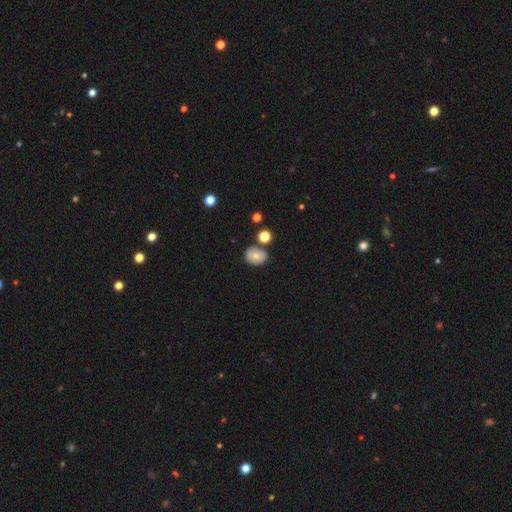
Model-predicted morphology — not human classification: This is likely a smooth galaxy (70%). How rounded: possibly round (57%). Merging: likely none (72%).